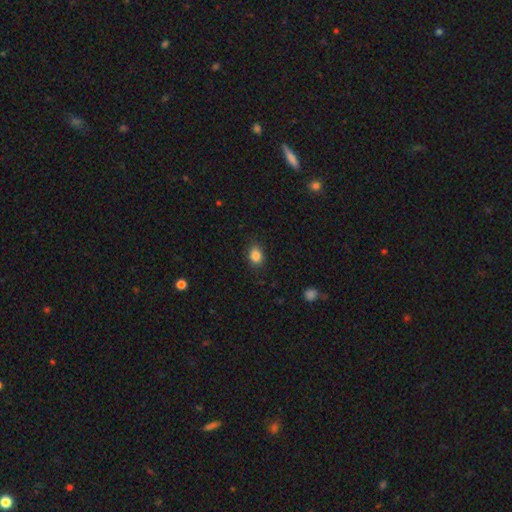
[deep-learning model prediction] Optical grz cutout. It shows a smooth galaxy with no disk features (85%) that is in between round and cigar-shaped (54%). Merging: none (83%).